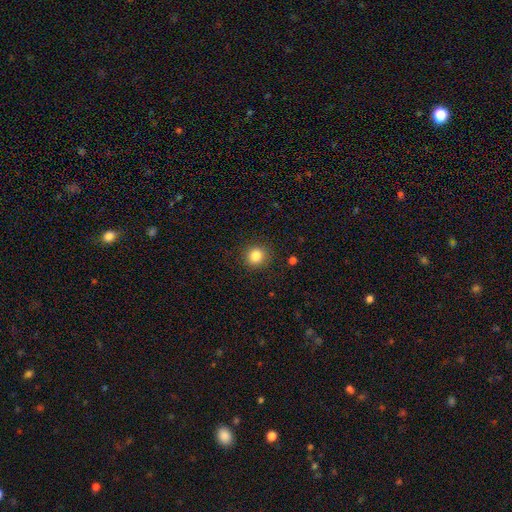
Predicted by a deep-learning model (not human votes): Overall: smooth (83%). How rounded: round (90%). Merging: none (90%).